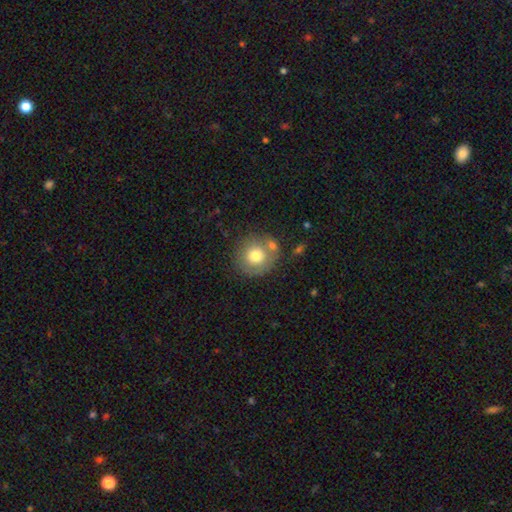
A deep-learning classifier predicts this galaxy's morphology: The model was most divided on "merging": none: 64%, merger: 18%, minor disturbance: 13%, major disturbance: 5%. More confident: how rounded — round (91%); smooth or featured — smooth (71%).